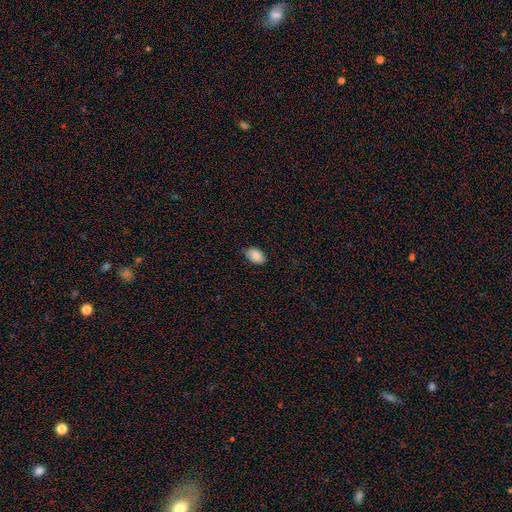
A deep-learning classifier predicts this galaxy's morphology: This is clearly a smooth galaxy (89%). How rounded: clearly in between (91%). Merging: clearly none (83%).